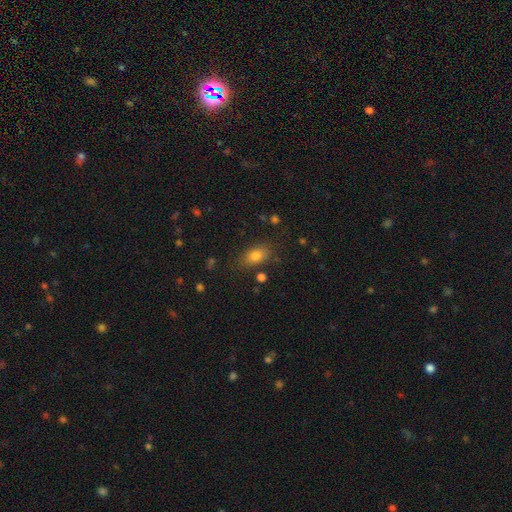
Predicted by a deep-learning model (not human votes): Smooth or featured? Predicted: smooth (p=0.80). How rounded? Predicted: in between (p=0.84). Merging? Predicted: none (p=0.77).